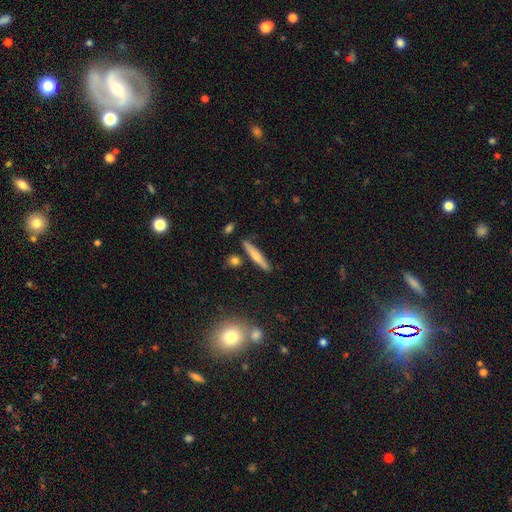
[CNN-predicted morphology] Smooth or featured? smooth (60%)
How rounded? cigar-shaped (91%)
Merging? none (85%)